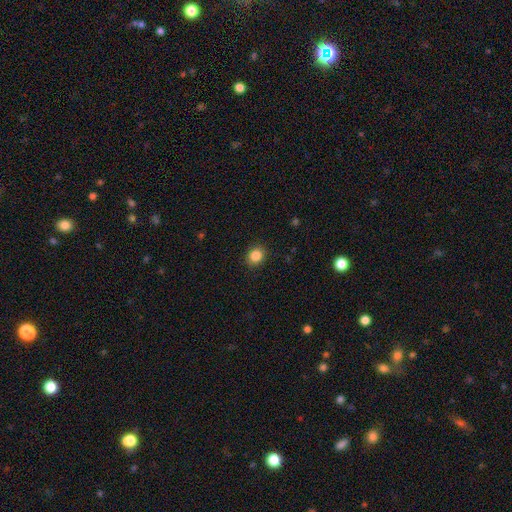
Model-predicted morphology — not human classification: Smooth or featured? Predicted: smooth (p=0.86). How rounded? Predicted: round (p=0.75). Merging? Predicted: none (p=0.90).